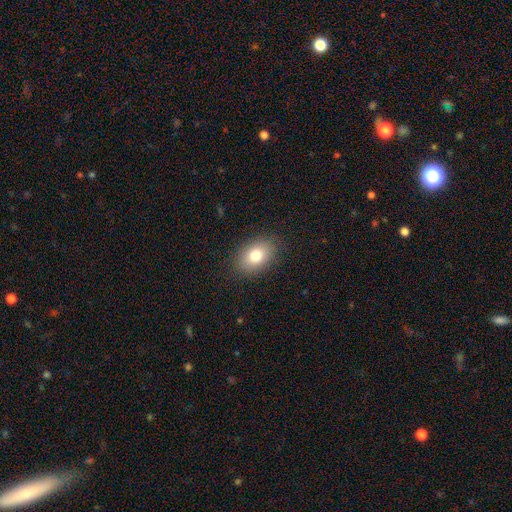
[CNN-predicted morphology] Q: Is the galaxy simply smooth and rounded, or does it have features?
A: smooth — 79%.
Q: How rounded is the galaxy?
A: in between — 84%.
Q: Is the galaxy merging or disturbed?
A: none — 87%.